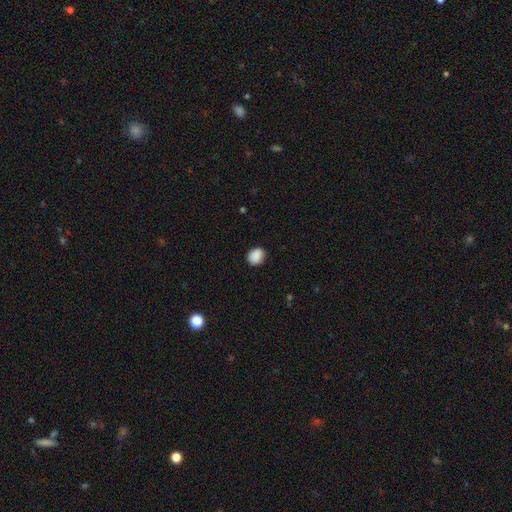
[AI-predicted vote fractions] Smooth or featured? Predicted: smooth (p=0.88). How rounded? Predicted: round (p=0.54). Merging? Predicted: none (p=0.83).